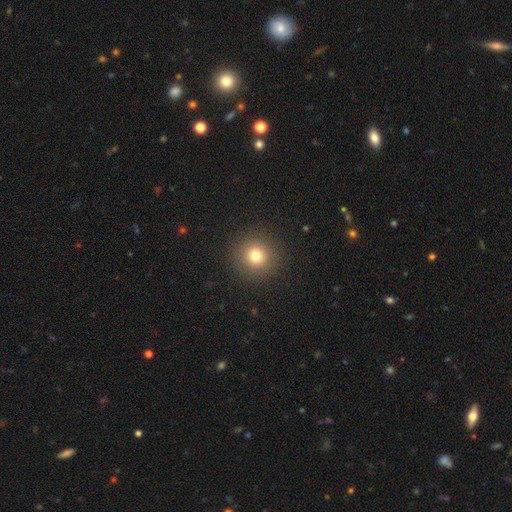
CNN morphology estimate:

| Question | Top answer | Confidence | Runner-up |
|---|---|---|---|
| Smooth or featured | smooth | 75% | star or artifact (16%) |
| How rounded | round | 95% | in between (4%) |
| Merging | none | 91% | minor disturbance (5%) |